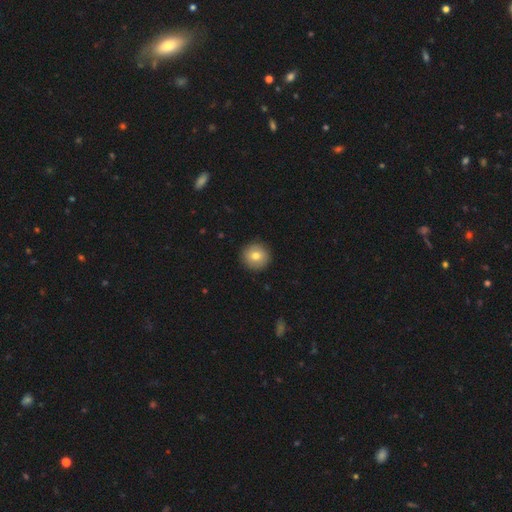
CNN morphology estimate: Overall: smooth (76%). How rounded: round (95%). Merging: none (91%).